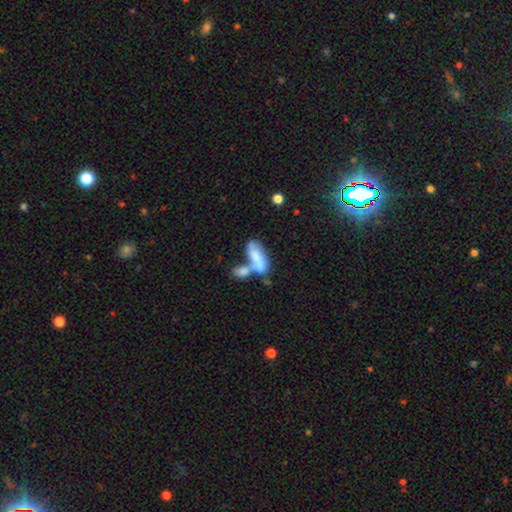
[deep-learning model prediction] Q: Smooth or featured?
A: smooth (67%); runner-up: featured or disk (25%)
Q: How rounded?
A: in between (76%); runner-up: cigar-shaped (21%)
Q: Merging?
A: merger (59%); runner-up: none (20%)